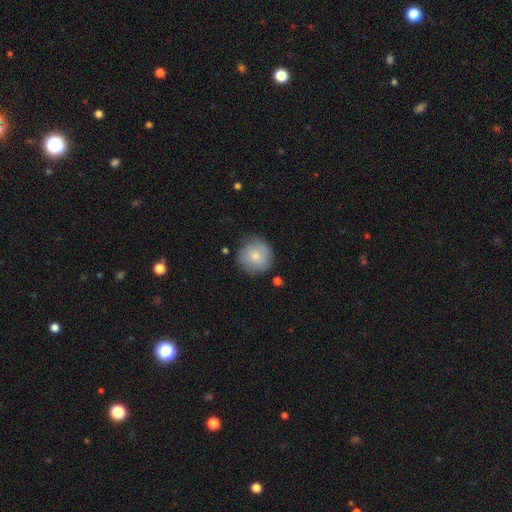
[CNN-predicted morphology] This is likely a smooth galaxy (76%). How rounded: clearly round (94%). Merging: likely none (80%).